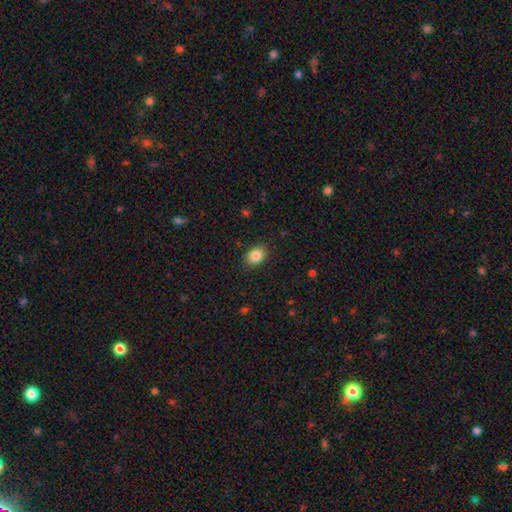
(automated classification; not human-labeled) Smooth or featured?
  - smooth: 86% *
  - star or artifact: 9%
  - featured or disk: 6%
How rounded?
  - in between: 70% *
  - round: 29%
  - cigar-shaped: 1%
Merging?
  - none: 87% *
  - minor disturbance: 9%
  - major disturbance: 3%
  - merger: 1%